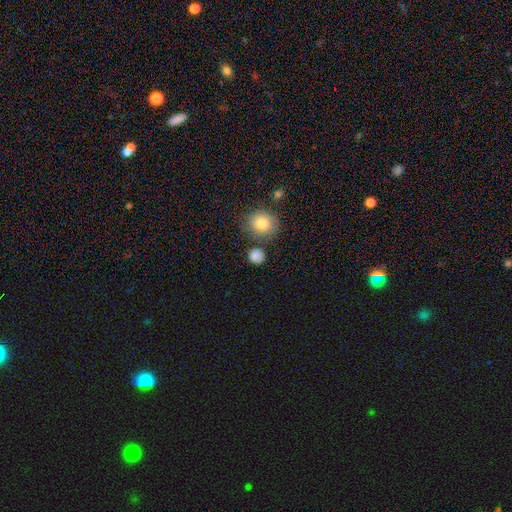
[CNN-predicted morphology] smooth_or_featured: smooth (p=0.83) [alt: star or artifact p=0.11]
how_rounded: round (p=0.86) [alt: in between p=0.13]
merging: none (p=0.77) [alt: minor disturbance p=0.12]